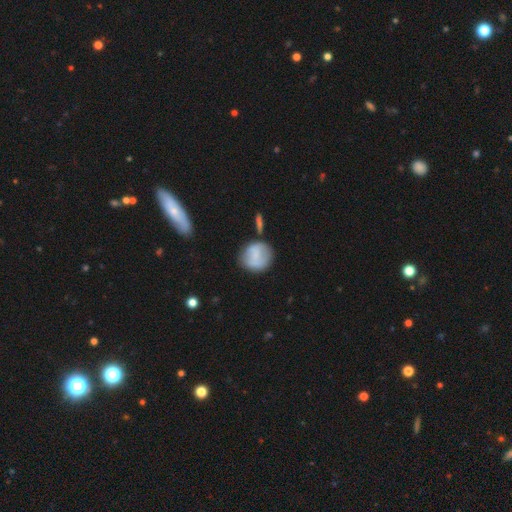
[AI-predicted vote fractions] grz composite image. It shows a smooth galaxy with no disk features (70%) that is round (82%). Merging: none (67%).